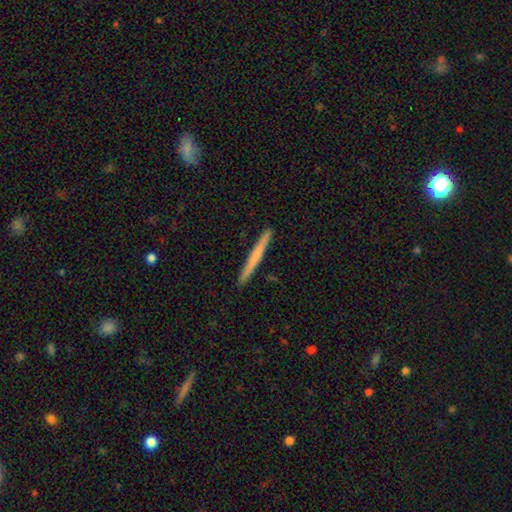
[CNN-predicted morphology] type=smooth (57%); roundness=cigar-shaped (97%); merging=none (92%).